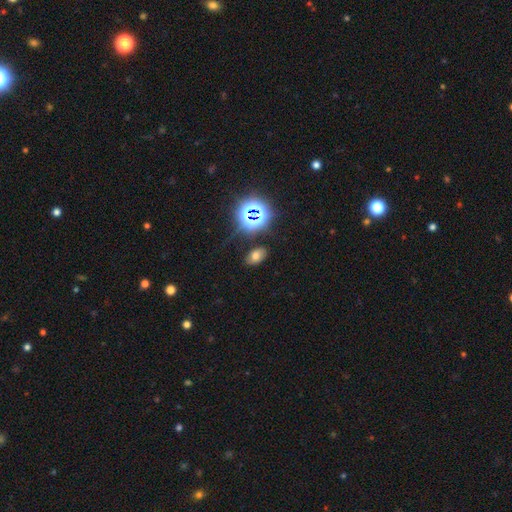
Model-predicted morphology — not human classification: Smooth or featured?
  - smooth: 60% *
  - star or artifact: 27%
  - featured or disk: 13%
How rounded?
  - in between: 88% *
  - round: 10%
  - cigar-shaped: 2%
Merging?
  - none: 82% *
  - minor disturbance: 12%
  - major disturbance: 4%
  - merger: 2%